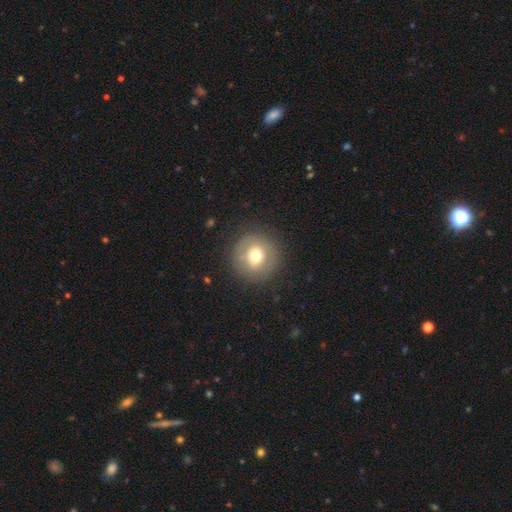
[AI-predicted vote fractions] smooth_or_featured: smooth (p=0.62) [alt: featured or disk p=0.29]
how_rounded: round (p=0.94) [alt: in between p=0.06]
merging: none (p=0.84) [alt: minor disturbance p=0.10]